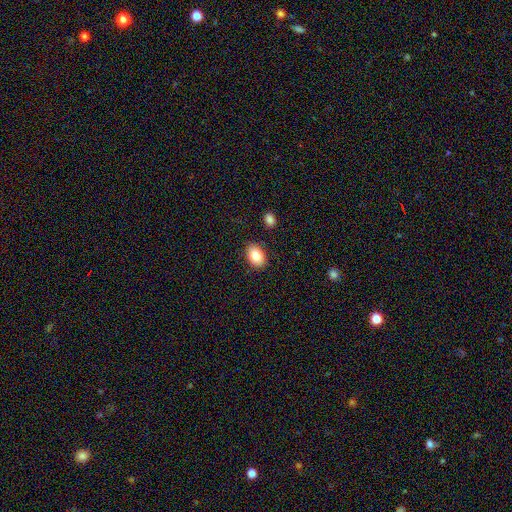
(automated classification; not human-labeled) This appears to be a smooth galaxy with no disk features (84%) that is in between round and cigar-shaped (82%). Merging: none (86%).